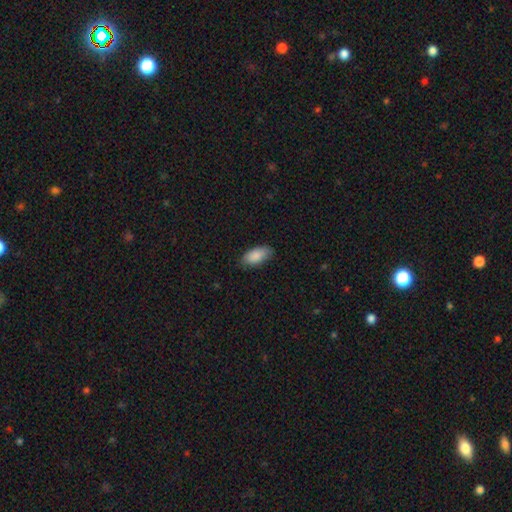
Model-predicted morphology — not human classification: The model was most divided on "merging": none: 82%, minor disturbance: 14%, major disturbance: 2%, merger: 1%. More confident: how rounded — in between (92%); smooth or featured — smooth (89%).